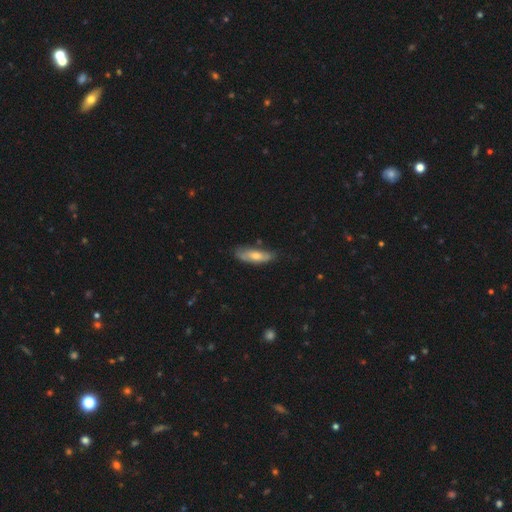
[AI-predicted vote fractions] The model was most divided on "how rounded": in between: 57%, cigar-shaped: 41%, round: 2%. More confident: merging — none (65%); smooth or featured — smooth (58%).